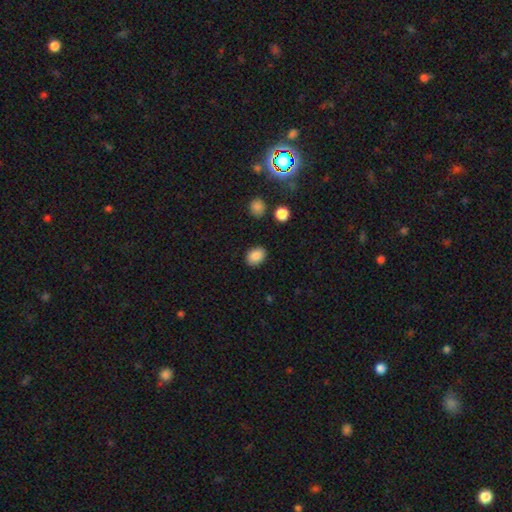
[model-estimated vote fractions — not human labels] smooth-or-featured: smooth: 87% | star or artifact: 9% | featured or disk: 4%
  how-rounded: in between: 64% | round: 35% | cigar-shaped: 1%
  merging: none: 86% | minor disturbance: 10% | major disturbance: 3% | merger: 2%